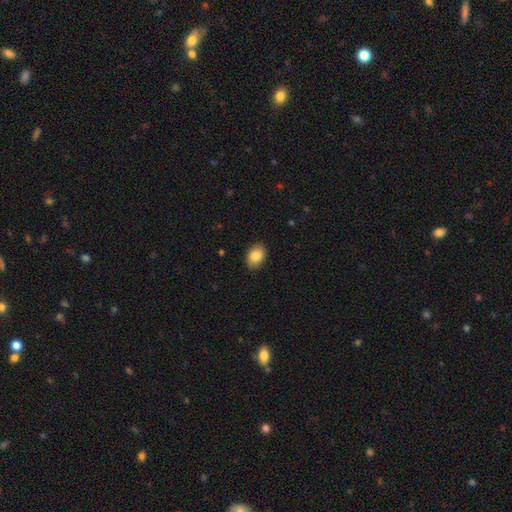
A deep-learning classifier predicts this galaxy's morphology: smooth_or_featured: smooth (p=0.85) [alt: star or artifact p=0.08]
how_rounded: in between (p=0.77) [alt: round p=0.22]
merging: none (p=0.89) [alt: minor disturbance p=0.08]